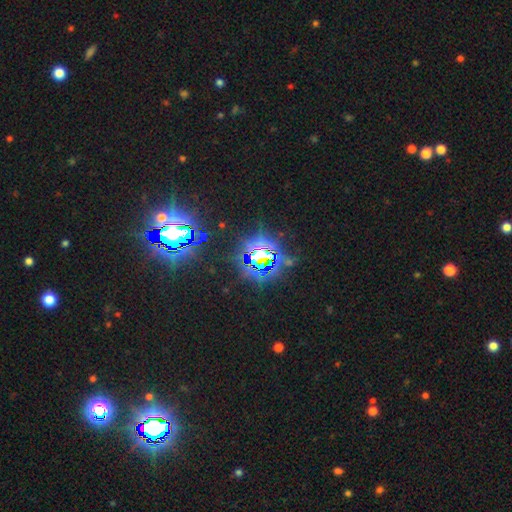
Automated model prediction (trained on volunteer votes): Smooth or featured: star or artifact — 83% (smooth — 9%)